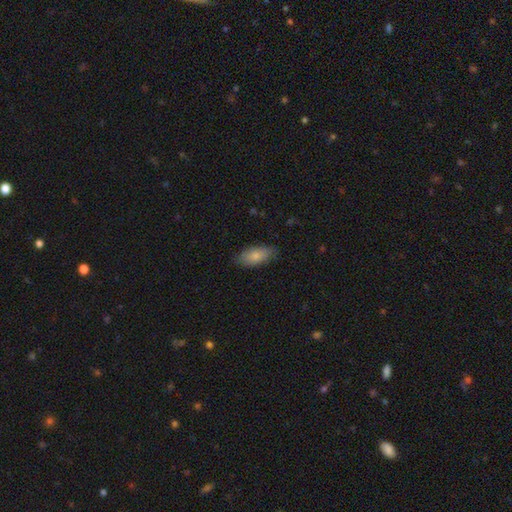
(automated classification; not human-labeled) This is clearly a smooth galaxy (81%). How rounded: clearly in between (88%). Merging: likely none (80%).